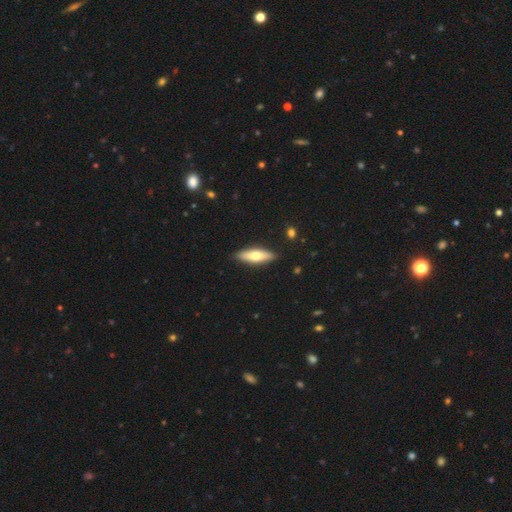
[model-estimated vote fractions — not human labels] Smooth or featured: smooth — 59% (featured or disk — 36%)
How rounded: cigar-shaped — 54% (in between — 44%)
Merging: none — 89% (minor disturbance — 8%)